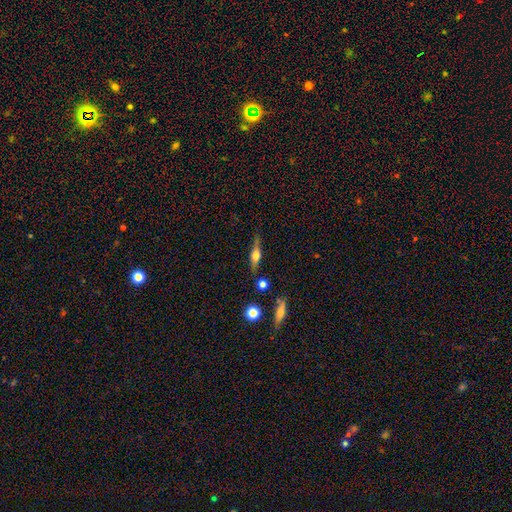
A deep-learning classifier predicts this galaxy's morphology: Smooth or featured: featured or disk — 58% (smooth — 34%)
Edge-on disk: yes — 94% (no — 6%)
Edge-on bulge: rounded — 90% (boxy — 8%)
Merging: none — 75% (minor disturbance — 16%)